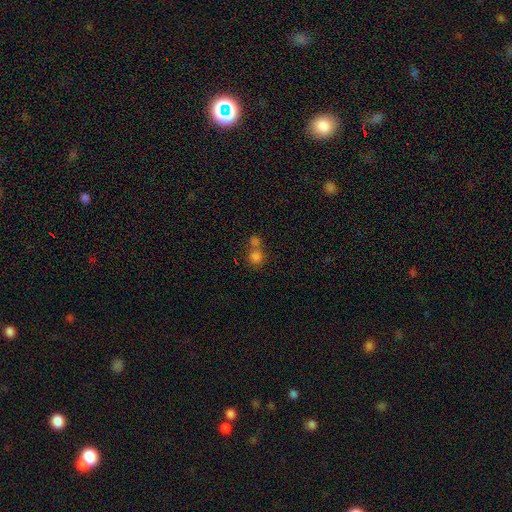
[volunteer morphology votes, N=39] Volunteers were most divided on "merging": merger: 49%, none: 37%, minor disturbance: 11%, major disturbance: 3%. More confident: how rounded — round (97%); smooth or featured — smooth (79%).